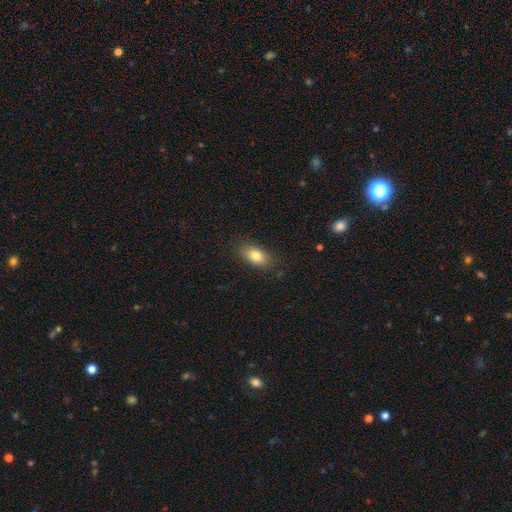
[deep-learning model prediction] smooth-or-featured: smooth: 81% | featured or disk: 11% | star or artifact: 8%
  how-rounded: in between: 88% | round: 8% | cigar-shaped: 4%
  merging: none: 85% | minor disturbance: 11% | major disturbance: 3% | merger: 1%